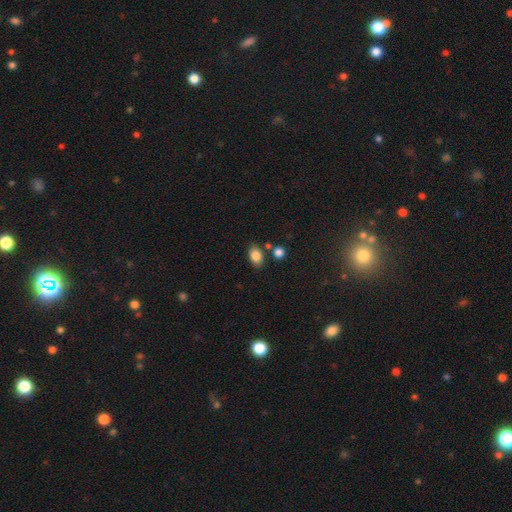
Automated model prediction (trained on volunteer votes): A smooth galaxy with no disk features (84%) that is in between round and cigar-shaped (79%).

Vote fractions:
- Smooth or featured? smooth: 84% / star or artifact: 9% / featured or disk: 7%
- How rounded? in between: 79% / round: 20% / cigar-shaped: 1%
- Merging? none: 76% / minor disturbance: 12% / merger: 10% / major disturbance: 3%